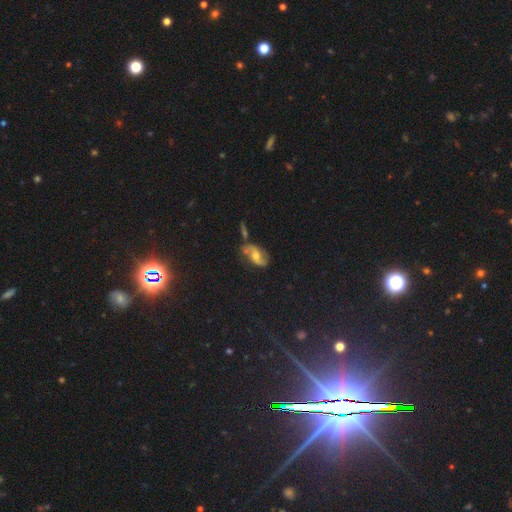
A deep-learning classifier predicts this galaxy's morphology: featured or disk 65%, smooth 23%, star or artifact 12%. Down the decision tree: edge-on disk — no (94%); bar — no (50%); spiral arms — yes (86%); spiral arm count — 2 (90%); spiral winding — loose (56%); bulge size — moderate (69%); merging — none (58%).